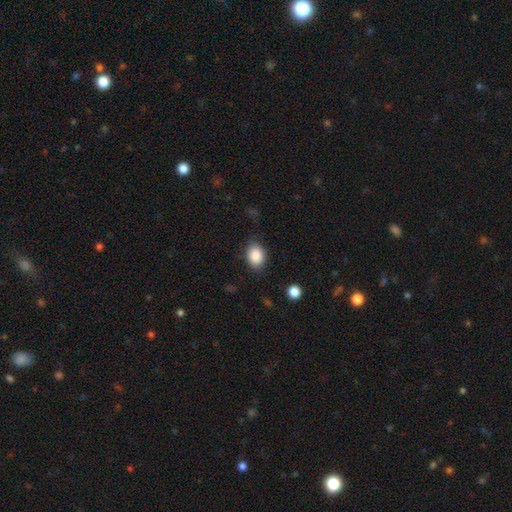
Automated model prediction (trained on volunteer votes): Smooth or featured? smooth (88%)
How rounded? in between (65%)
Merging? none (77%)